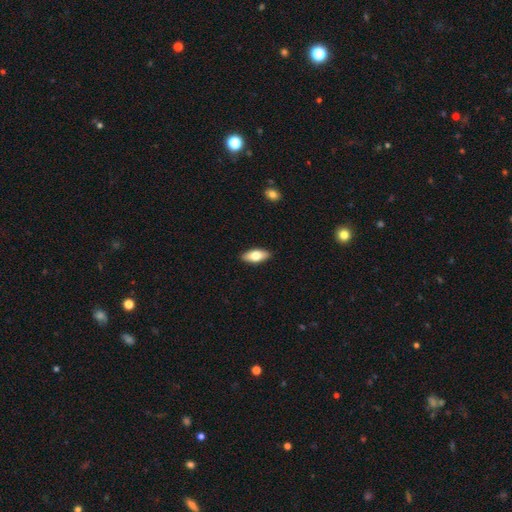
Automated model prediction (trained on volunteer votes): Smooth or featured? Predicted: smooth (p=0.70). How rounded? Predicted: in between (p=0.82). Merging? Predicted: none (p=0.89).